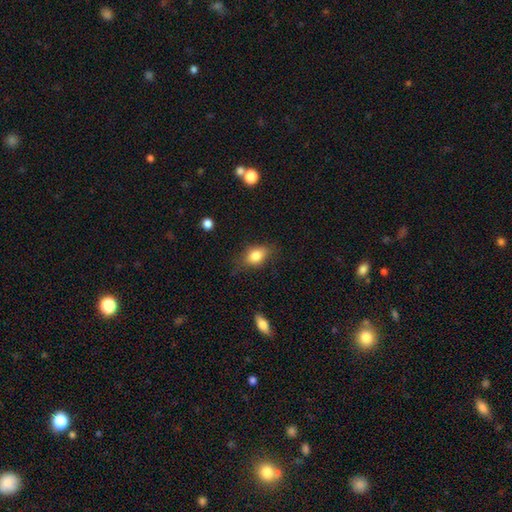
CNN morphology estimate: smooth-or-featured: smooth: 79% | featured or disk: 12% | star or artifact: 9%
  how-rounded: in between: 79% | round: 17% | cigar-shaped: 4%
  merging: none: 70% | minor disturbance: 22% | major disturbance: 6% | merger: 2%